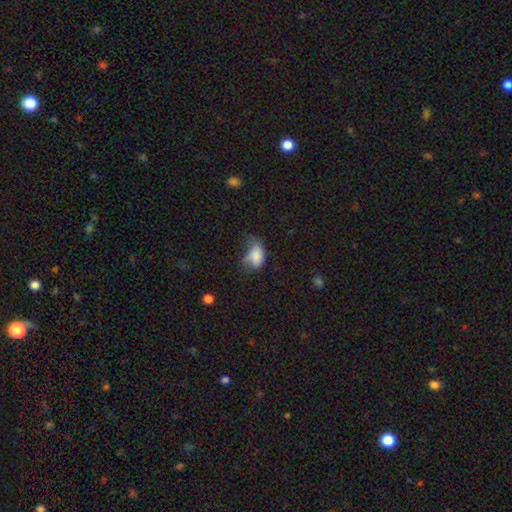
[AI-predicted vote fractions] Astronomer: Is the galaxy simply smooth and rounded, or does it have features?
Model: smooth — 77%.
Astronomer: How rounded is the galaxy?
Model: in between — 87%.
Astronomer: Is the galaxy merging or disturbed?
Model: major disturbance — 38% (runner-up: minor disturbance, 36%).